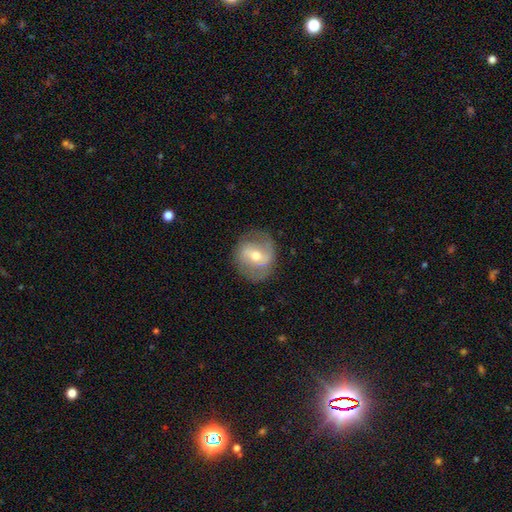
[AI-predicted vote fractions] Q: Smooth or featured?
A: featured or disk (64%); runner-up: smooth (29%)
Q: Edge-on disk?
A: no (96%); runner-up: yes (4%)
Q: Bar?
A: weak (45%); runner-up: strong (32%)
Q: Spiral arms?
A: yes (71%); runner-up: no (29%)
Q: Bulge size?
A: moderate (68%); runner-up: small (26%)
Q: Merging?
A: none (78%); runner-up: minor disturbance (15%)